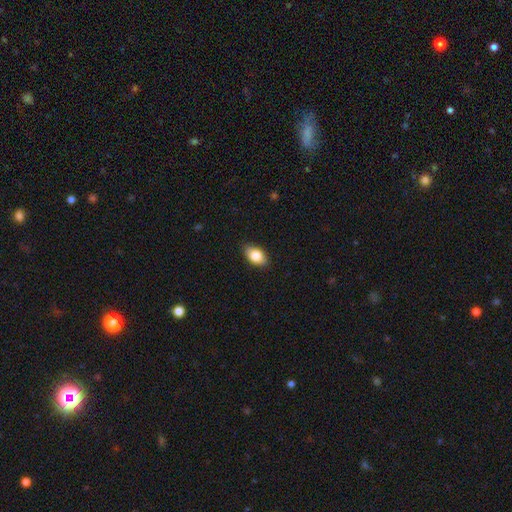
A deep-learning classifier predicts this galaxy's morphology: A smooth galaxy with no disk features (84%) that is in between round and cigar-shaped (91%).

Vote fractions:
- Smooth or featured? smooth: 84% / featured or disk: 9% / star or artifact: 7%
- How rounded? in between: 91% / round: 7% / cigar-shaped: 2%
- Merging? none: 87% / minor disturbance: 10% / major disturbance: 2% / merger: 1%